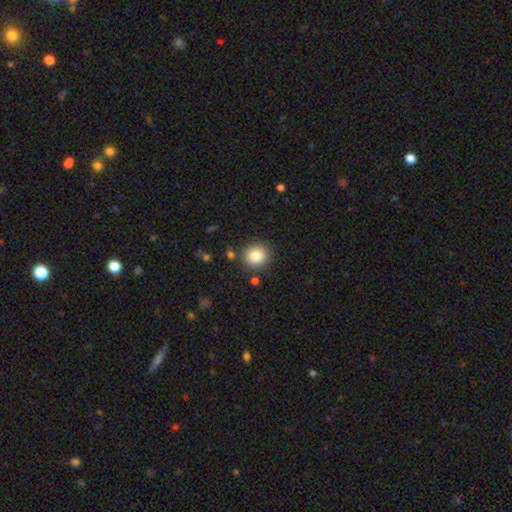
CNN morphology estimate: Overall: smooth (84%). How rounded: round (86%). Merging: none (86%).